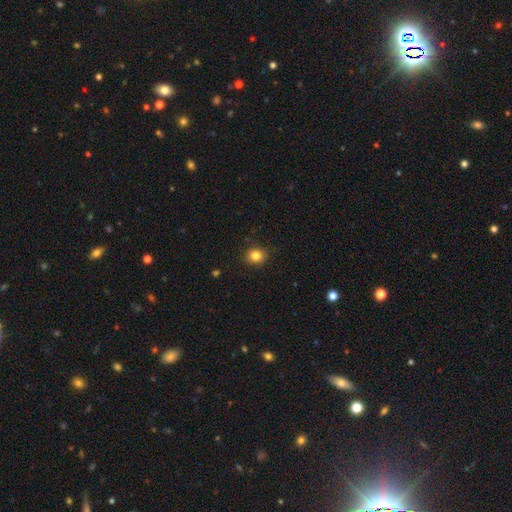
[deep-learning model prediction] Smooth or featured? smooth (84%)
How rounded? round (78%)
Merging? none (89%)